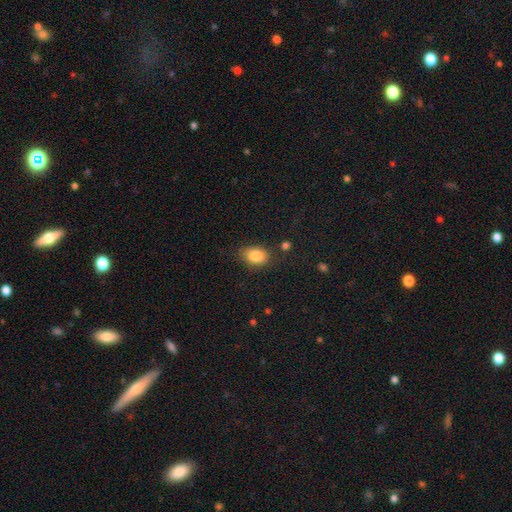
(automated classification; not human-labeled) Q: Smooth or featured?
A: smooth (86%); runner-up: star or artifact (8%)
Q: How rounded?
A: in between (83%); runner-up: round (16%)
Q: Merging?
A: none (72%); runner-up: minor disturbance (20%)